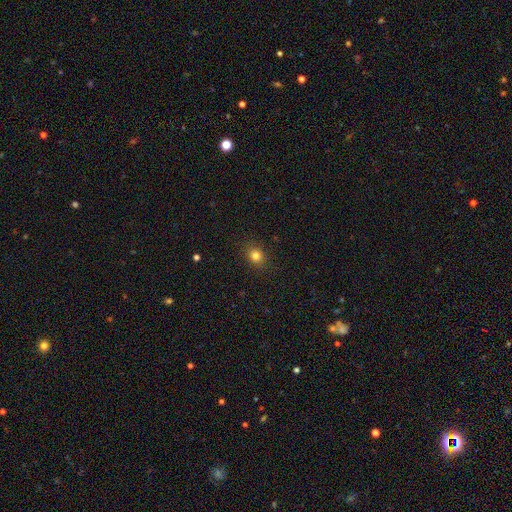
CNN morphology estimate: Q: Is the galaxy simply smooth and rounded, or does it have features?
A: smooth — 81%.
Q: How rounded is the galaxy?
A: round — 73%.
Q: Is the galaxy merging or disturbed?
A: none — 89%.